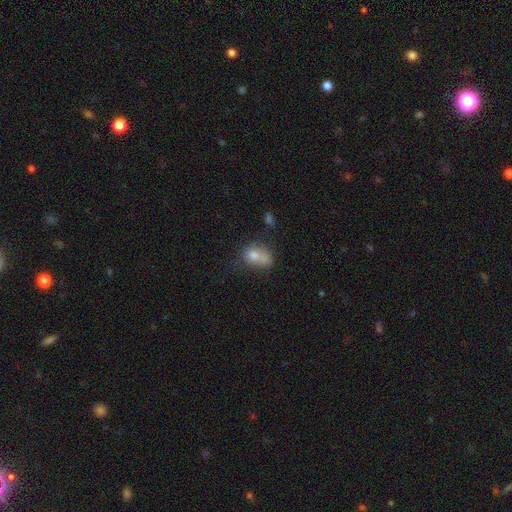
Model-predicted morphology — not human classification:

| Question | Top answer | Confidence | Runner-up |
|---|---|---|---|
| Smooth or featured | smooth | 73% | featured or disk (16%) |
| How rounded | in between | 66% | round (33%) |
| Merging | merger | 32% | none (31%) |